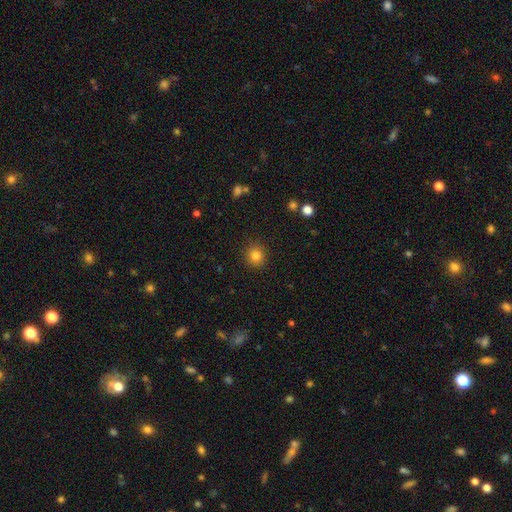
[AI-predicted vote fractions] smooth-or-featured: smooth: 83% | star or artifact: 12% | featured or disk: 6%
  how-rounded: round: 88% | in between: 11% | cigar-shaped: 1%
  merging: none: 90% | minor disturbance: 6% | major disturbance: 2% | merger: 1%